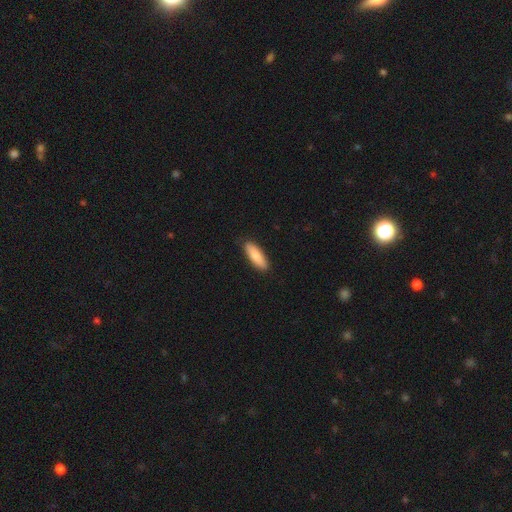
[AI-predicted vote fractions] A smooth galaxy with no disk features (81%) that is in between round and cigar-shaped (51%).

Vote fractions:
- Smooth or featured? smooth: 81% / featured or disk: 13% / star or artifact: 5%
- How rounded? in between: 51% / cigar-shaped: 47% / round: 2%
- Merging? none: 89% / minor disturbance: 9% / major disturbance: 2% / merger: 1%